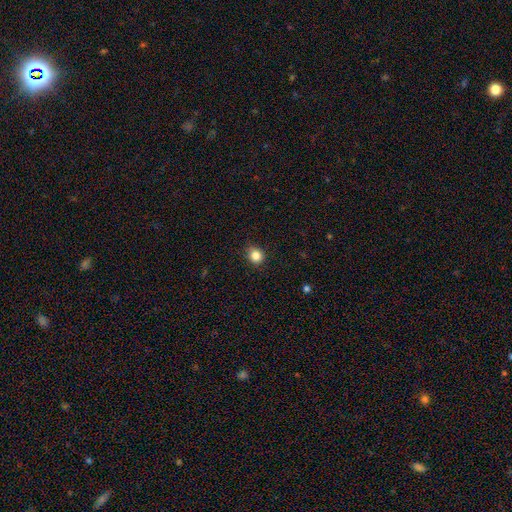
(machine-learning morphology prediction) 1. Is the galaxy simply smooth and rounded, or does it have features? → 84% smooth, 11% star or artifact, 4% featured or disk.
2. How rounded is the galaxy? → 81% round, 18% in between, 1% cigar-shaped.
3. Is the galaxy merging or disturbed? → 87% none, 10% minor disturbance, 2% major disturbance, 1% merger.